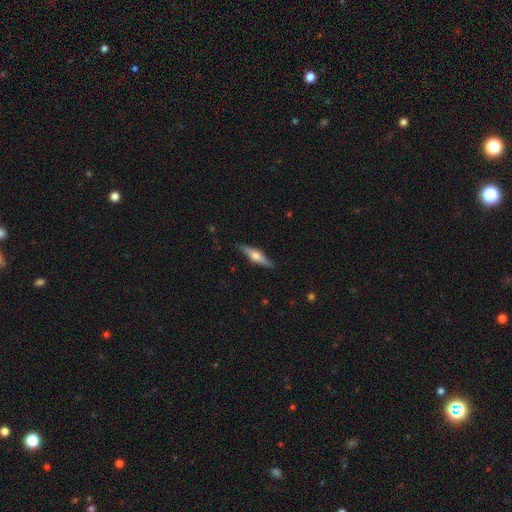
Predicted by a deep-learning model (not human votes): The model was most divided on "smooth or featured": featured or disk: 60%, smooth: 34%, star or artifact: 6%. More confident: edge-on disk — yes (96%); edge-on bulge — rounded (91%); merging — none (88%).